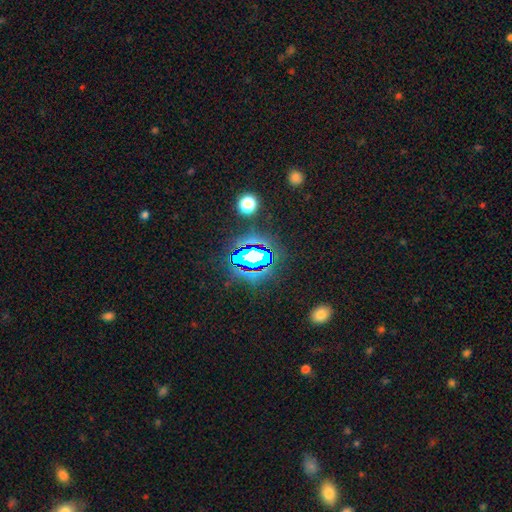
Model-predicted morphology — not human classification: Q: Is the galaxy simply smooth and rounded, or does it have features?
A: star or artifact — 70%.